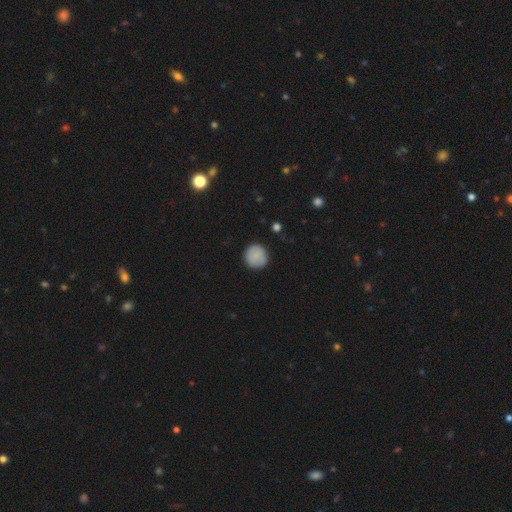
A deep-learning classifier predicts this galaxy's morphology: smooth 87%, star or artifact 7%, featured or disk 5%. Down the decision tree: how rounded — round (94%); merging — none (89%).